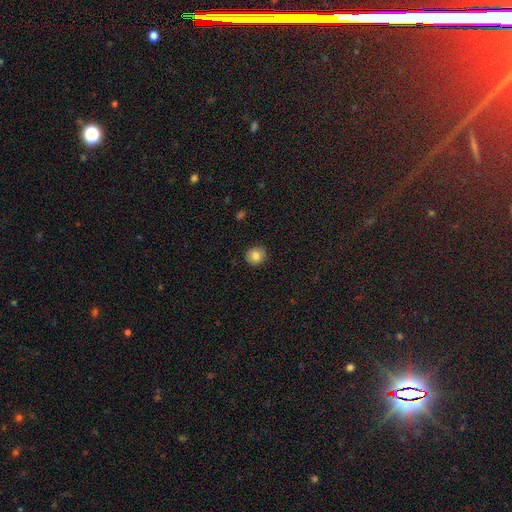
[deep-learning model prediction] smooth 80%, featured or disk 11%, star or artifact 9%. Down the decision tree: how rounded — round (85%); merging — none (89%).